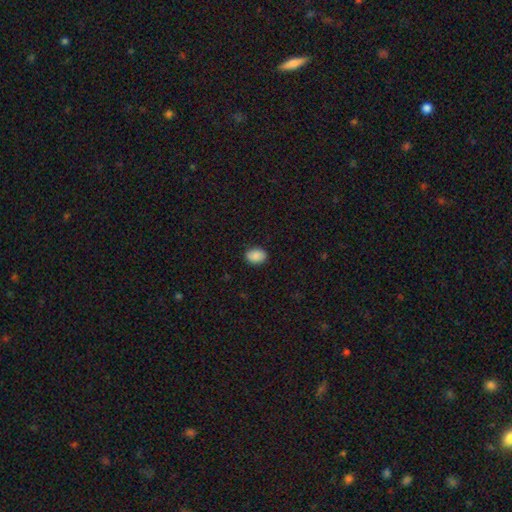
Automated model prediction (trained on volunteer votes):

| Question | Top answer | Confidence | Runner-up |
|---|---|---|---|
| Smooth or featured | smooth | 89% | star or artifact (8%) |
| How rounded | in between | 70% | round (29%) |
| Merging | none | 88% | minor disturbance (9%) |